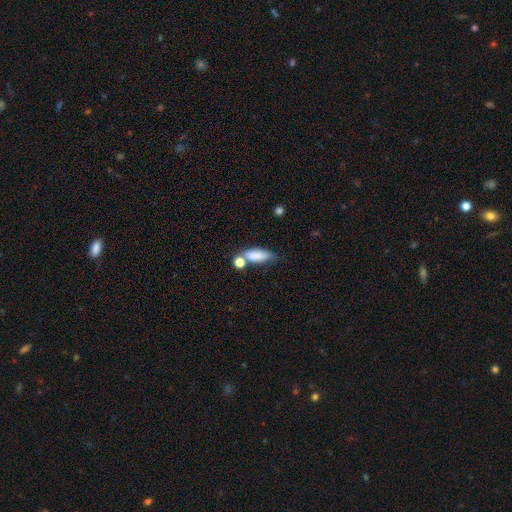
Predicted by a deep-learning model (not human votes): This appears to be a smooth galaxy with no disk features (79%) that is in between round and cigar-shaped (74%). Merging: none (44%).